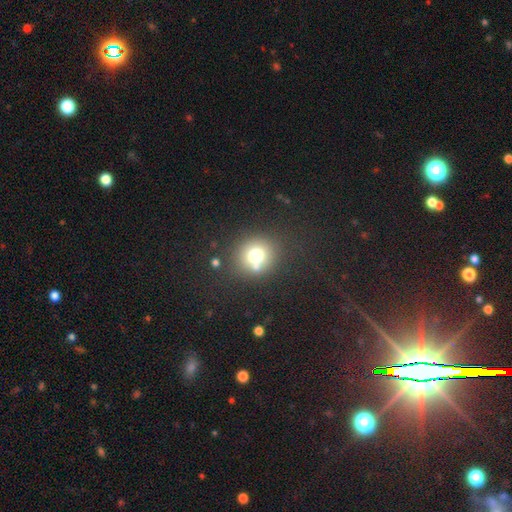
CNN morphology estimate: smooth_or_featured: smooth (p=0.71) [alt: star or artifact p=0.15]
how_rounded: round (p=0.82) [alt: in between p=0.17]
merging: none (p=0.70) [alt: merger p=0.15]